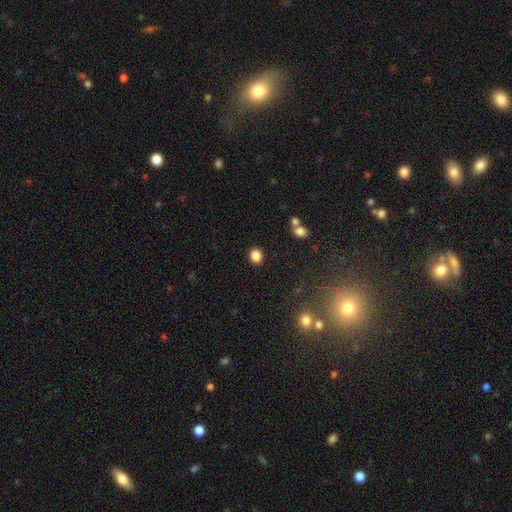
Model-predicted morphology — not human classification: This is clearly a smooth galaxy (86%). How rounded: likely round (61%). Merging: clearly none (87%).